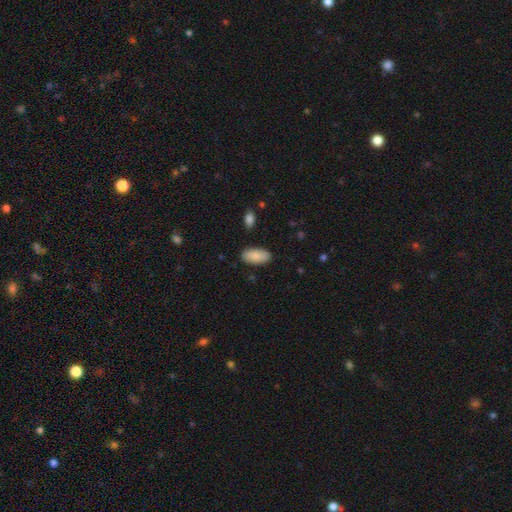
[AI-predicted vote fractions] Smooth or featured? Predicted: smooth (p=0.87). How rounded? Predicted: in between (p=0.93). Merging? Predicted: none (p=0.86).